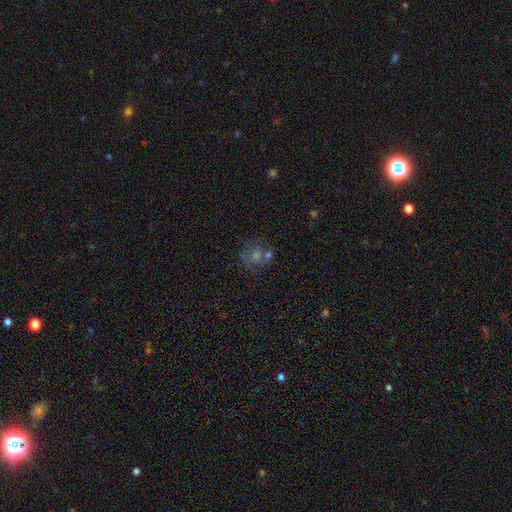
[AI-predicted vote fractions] smooth_or_featured: smooth (p=0.43) [alt: featured or disk p=0.29]
merging: none (p=0.64) [alt: minor disturbance p=0.14]